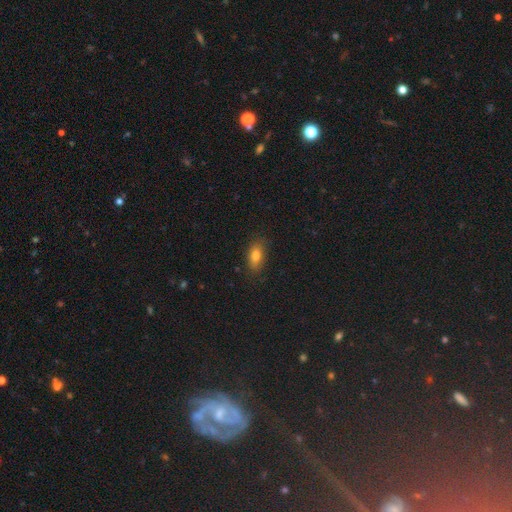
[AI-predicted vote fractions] smooth 80%, star or artifact 10%, featured or disk 10%. Down the decision tree: how rounded — in between (85%); merging — none (82%).